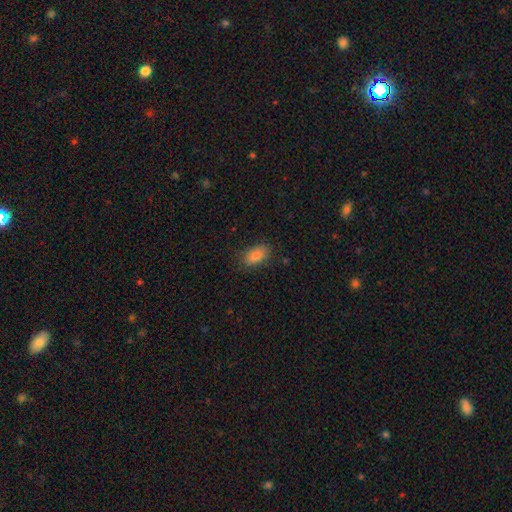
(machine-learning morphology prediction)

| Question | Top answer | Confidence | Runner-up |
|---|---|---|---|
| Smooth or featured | smooth | 84% | star or artifact (9%) |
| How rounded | in between | 91% | round (6%) |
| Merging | none | 82% | minor disturbance (14%) |